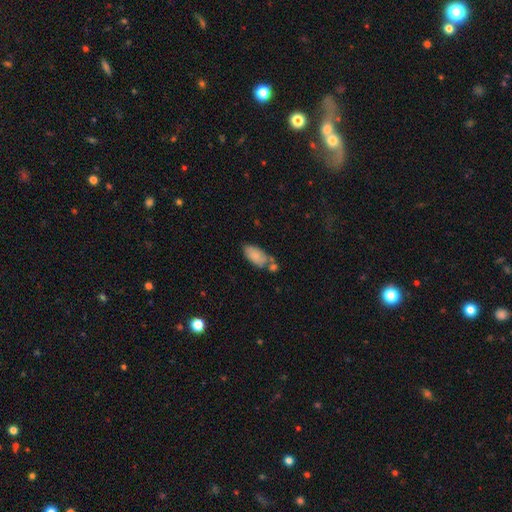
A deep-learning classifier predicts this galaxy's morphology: This is clearly a smooth galaxy (82%). How rounded: clearly in between (91%). Merging: possibly none (51%).